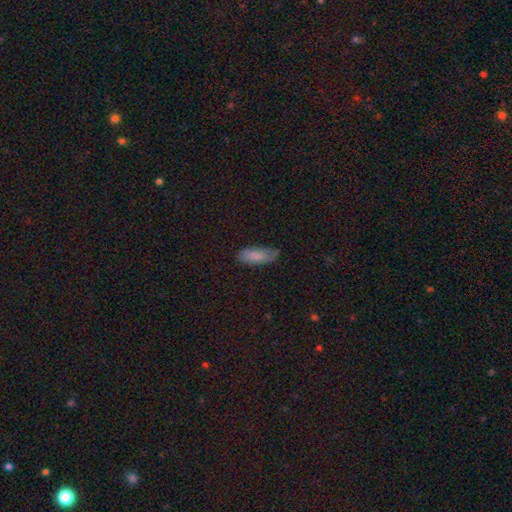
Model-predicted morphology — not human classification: A smooth galaxy with no disk features (83%) that is in between round and cigar-shaped (75%). Merging: none (67%).